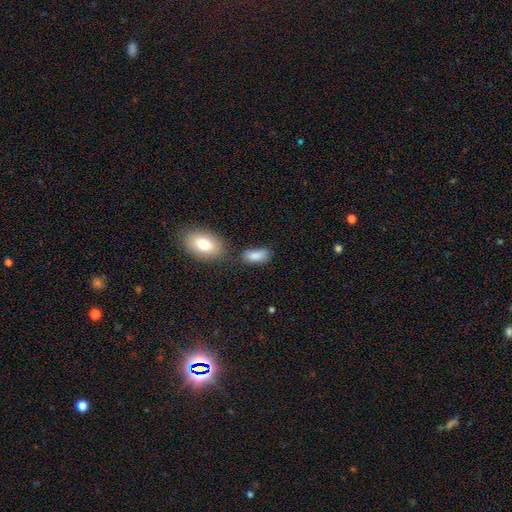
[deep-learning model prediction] The model was most divided on "merging": none: 64%, minor disturbance: 17%, merger: 13%, major disturbance: 5%. More confident: how rounded — in between (89%); smooth or featured — smooth (86%).